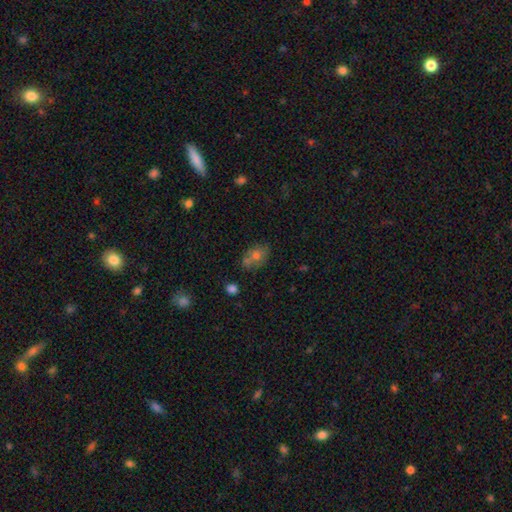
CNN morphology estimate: A smooth galaxy with no disk features (63%) that is in between round and cigar-shaped (61%).

Vote fractions:
- Smooth or featured? smooth: 63% / featured or disk: 20% / star or artifact: 17%
- How rounded? in between: 61% / round: 37% / cigar-shaped: 2%
- Merging? none: 58% / merger: 21% / minor disturbance: 16% / major disturbance: 5%